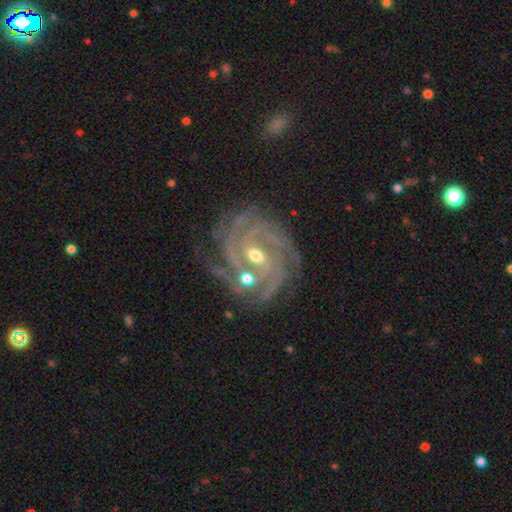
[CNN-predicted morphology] This appears to be a featured or disk galaxy (89%) with a weak bar (41%), 3 (30%) tight (65%) spiral arms (97%) and a moderate central bulge (63%). Merging: none (55%).